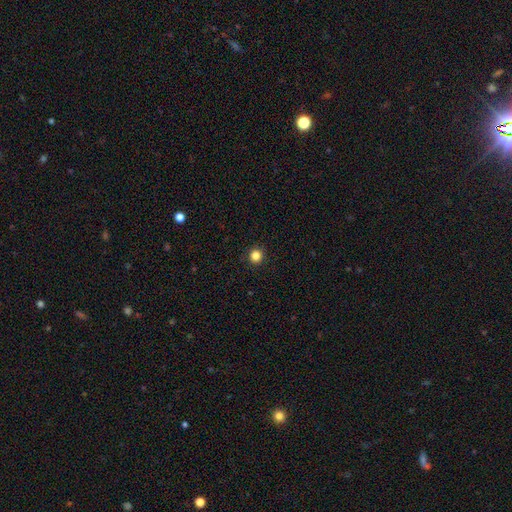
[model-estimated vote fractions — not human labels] A smooth galaxy with no disk features (84%) that is round (95%). Merging: none (93%).